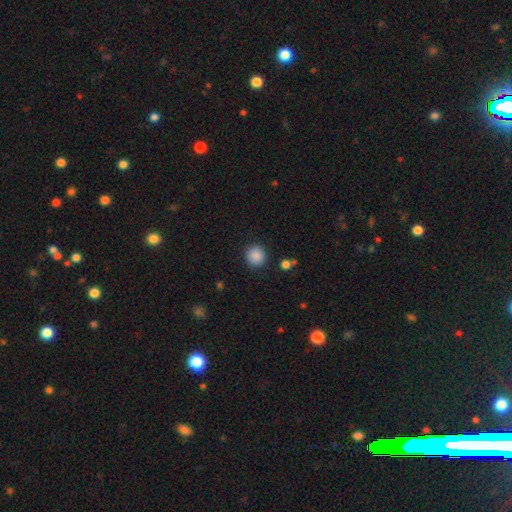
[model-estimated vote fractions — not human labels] smooth_or_featured: smooth (p=0.88) [alt: star or artifact p=0.09]
how_rounded: round (p=0.92) [alt: in between p=0.07]
merging: none (p=0.89) [alt: minor disturbance p=0.07]